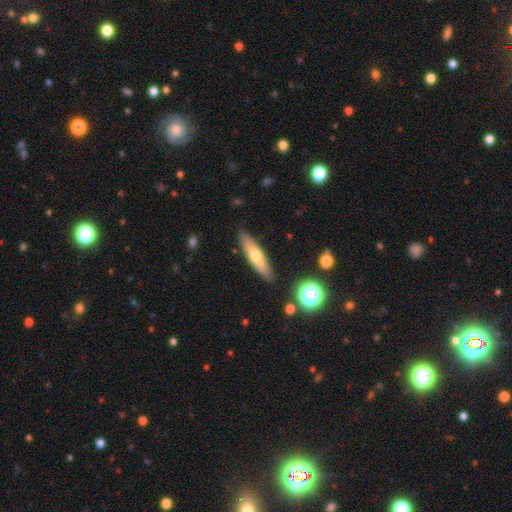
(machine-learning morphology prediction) smooth_or_featured: smooth (p=0.57) [alt: featured or disk p=0.36]
how_rounded: cigar-shaped (p=0.77) [alt: in between p=0.21]
merging: none (p=0.88) [alt: minor disturbance p=0.08]